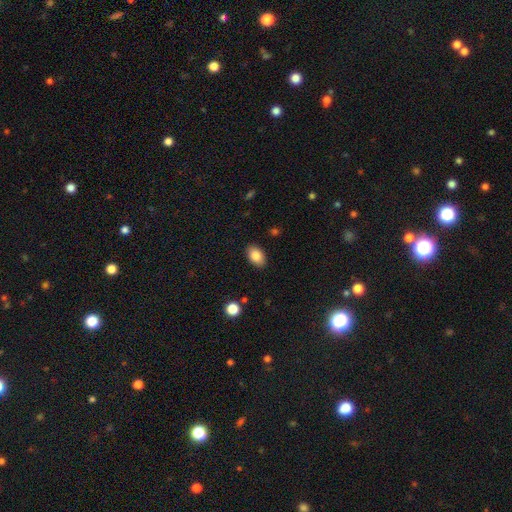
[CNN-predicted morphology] smooth_or_featured: smooth (p=0.84) [alt: featured or disk p=0.08]
how_rounded: in between (p=0.90) [alt: round p=0.09]
merging: none (p=0.88) [alt: minor disturbance p=0.09]